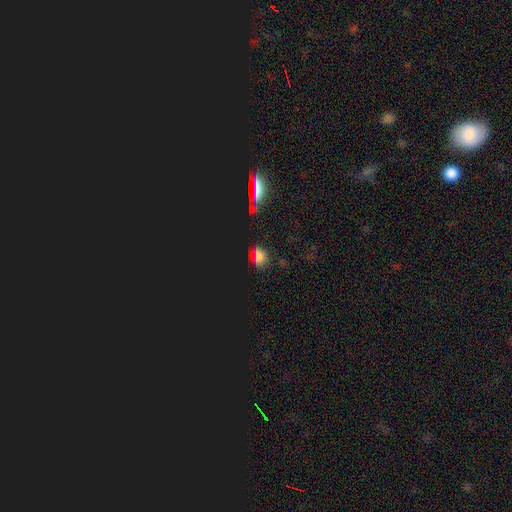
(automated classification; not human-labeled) This is possibly a star or artifact rather than a galaxy (50%).